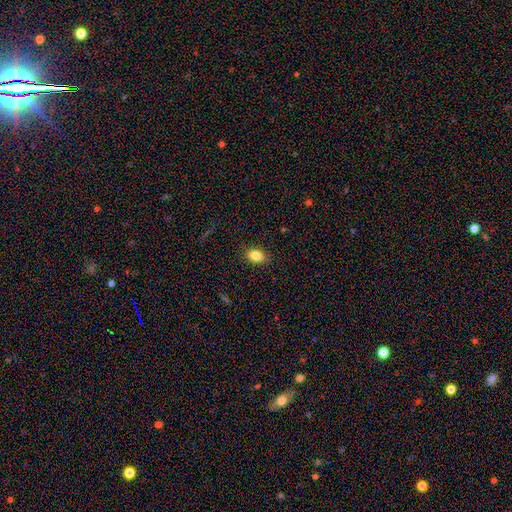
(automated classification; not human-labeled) The model was most divided on "how rounded": in between: 79%, round: 19%, cigar-shaped: 2%. More confident: merging — none (86%); smooth or featured — smooth (84%).